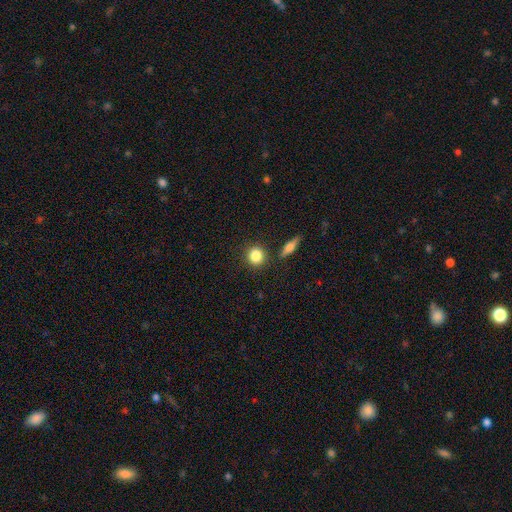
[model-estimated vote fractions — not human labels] A smooth galaxy with no disk features (85%) that is round (82%).

Vote fractions:
- Smooth or featured? smooth: 85% / star or artifact: 9% / featured or disk: 6%
- How rounded? round: 82% / in between: 16% / cigar-shaped: 2%
- Merging? none: 85% / minor disturbance: 8% / merger: 5% / major disturbance: 2%